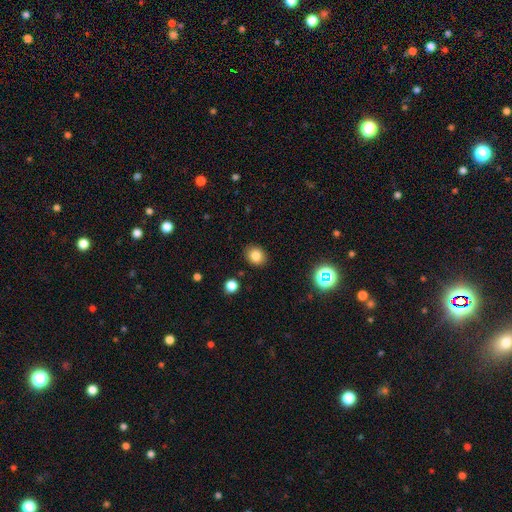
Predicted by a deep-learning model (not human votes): A smooth galaxy with no disk features (82%) that is round (63%).

Vote fractions:
- Smooth or featured? smooth: 82% / star or artifact: 12% / featured or disk: 6%
- How rounded? round: 63% / in between: 36% / cigar-shaped: 1%
- Merging? none: 88% / minor disturbance: 8% / major disturbance: 2% / merger: 2%